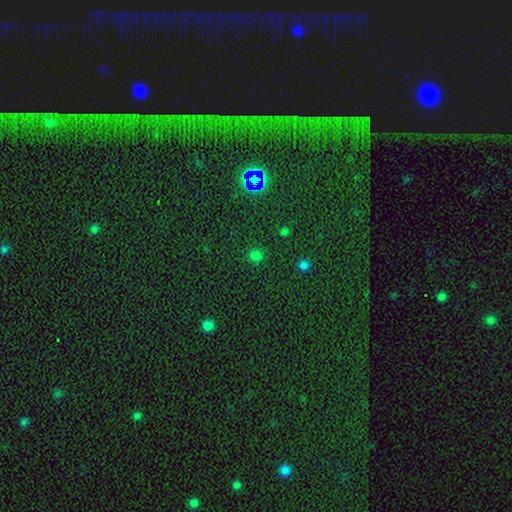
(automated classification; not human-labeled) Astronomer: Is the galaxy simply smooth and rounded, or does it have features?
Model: smooth — 68%.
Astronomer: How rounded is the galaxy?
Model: round — 89%.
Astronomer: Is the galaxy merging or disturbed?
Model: none — 88%.